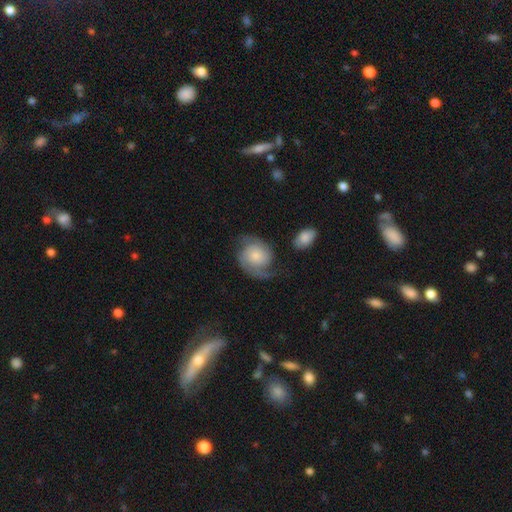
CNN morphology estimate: A featured or disk galaxy (74%) with no bar (76%), 2 (80%) medium (42%) spiral arms (95%) and a small central bulge (53%).

Vote fractions:
- Smooth or featured? featured or disk: 74% / smooth: 20% / star or artifact: 6%
- Edge-on disk? no: 98% / yes: 2%
- Bar? no: 76% / weak: 20% / strong: 3%
- Spiral arms? yes: 95% / no: 5%
- Spiral winding? medium: 42% / tight: 33% / loose: 26%
- Spiral arm count? 2: 80% / 1: 10% / can't tell: 5% / 3: 2% / 4: 1% / more than 4: 1%
- Bulge size? small: 53% / moderate: 30% / large: 7% / none: 7% / dominant: 3%
- Merging? none: 58% / minor disturbance: 21% / major disturbance: 16% / merger: 4%